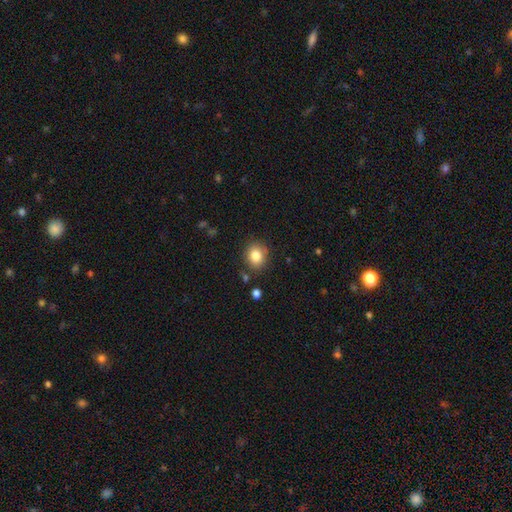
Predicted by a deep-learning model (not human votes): Morphology: type=smooth (83%); roundness=round (64%); merging=none (84%).